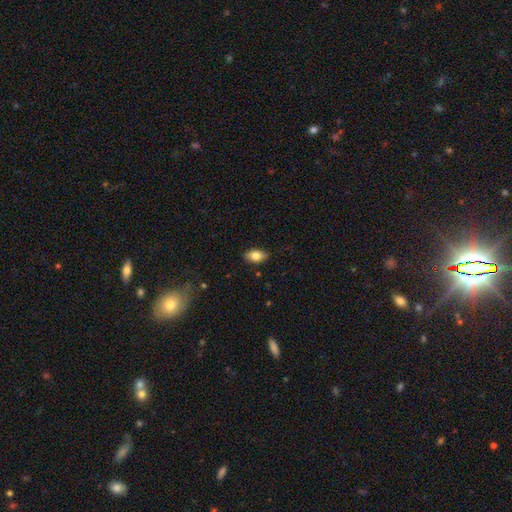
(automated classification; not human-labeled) This is likely a smooth galaxy (76%). How rounded: clearly in between (87%). Merging: clearly none (81%).